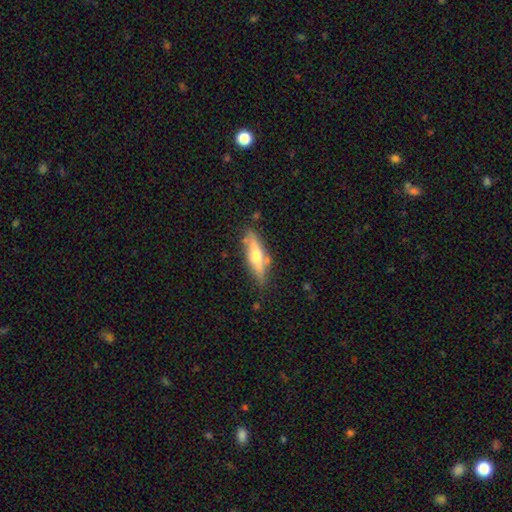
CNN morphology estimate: Smooth or featured? Predicted: featured or disk (p=0.53). Edge-on disk? Predicted: yes (p=0.88). Merging? Predicted: none (p=0.78).